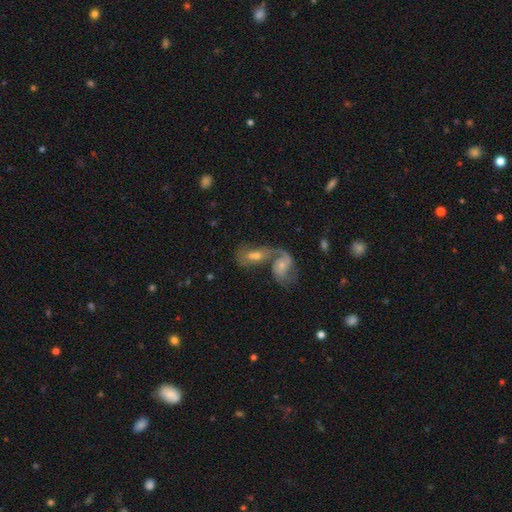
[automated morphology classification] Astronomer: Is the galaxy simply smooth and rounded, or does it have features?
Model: featured or disk — 64%.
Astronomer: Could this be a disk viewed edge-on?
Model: no — 94%.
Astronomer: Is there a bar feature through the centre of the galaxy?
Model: no — 54% (runner-up: weak, 36%).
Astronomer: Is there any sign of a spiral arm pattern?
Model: yes — 81%.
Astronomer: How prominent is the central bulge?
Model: moderate — 49% (runner-up: small, 39%).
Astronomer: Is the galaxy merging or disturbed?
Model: merger — 69%.